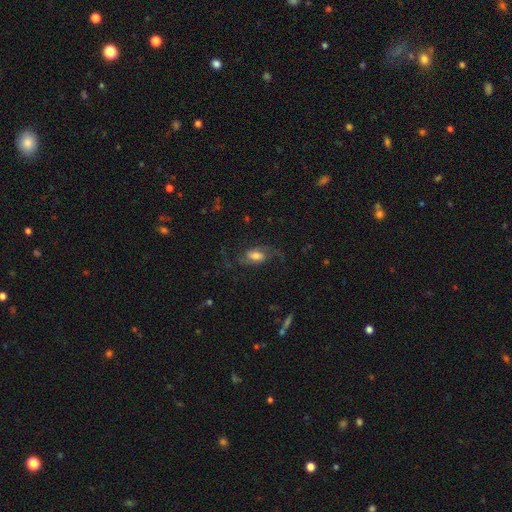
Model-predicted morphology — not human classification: Smooth or featured: featured or disk — 68% (smooth — 24%)
Edge-on disk: no — 94% (yes — 6%)
Bar: weak — 44% (no — 40%)
Spiral arms: yes — 93% (no — 7%)
Spiral winding: loose — 62% (medium — 31%)
Spiral arm count: 2 — 85% (can't tell — 5%)
Bulge size: moderate — 46% (large — 28%)
Merging: none — 61% (major disturbance — 21%)